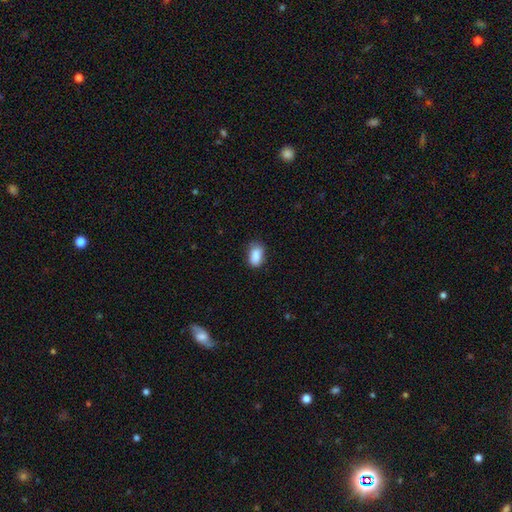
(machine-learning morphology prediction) The model was most divided on "merging": none: 74%, minor disturbance: 21%, major disturbance: 4%, merger: 1%. More confident: smooth or featured — smooth (86%); how rounded — in between (85%).